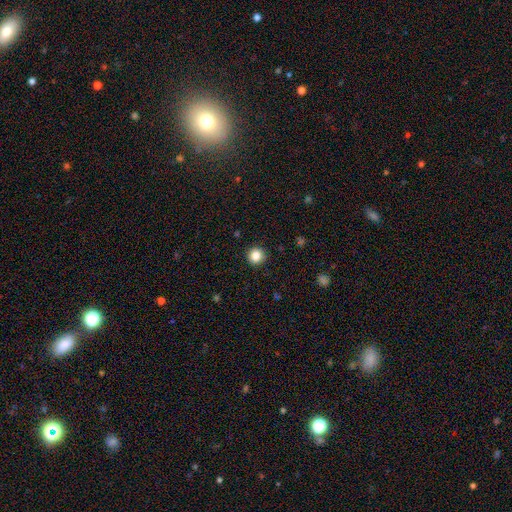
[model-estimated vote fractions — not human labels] smooth_or_featured: smooth (p=0.85) [alt: star or artifact p=0.11]
how_rounded: round (p=0.95) [alt: in between p=0.04]
merging: none (p=0.92) [alt: minor disturbance p=0.05]